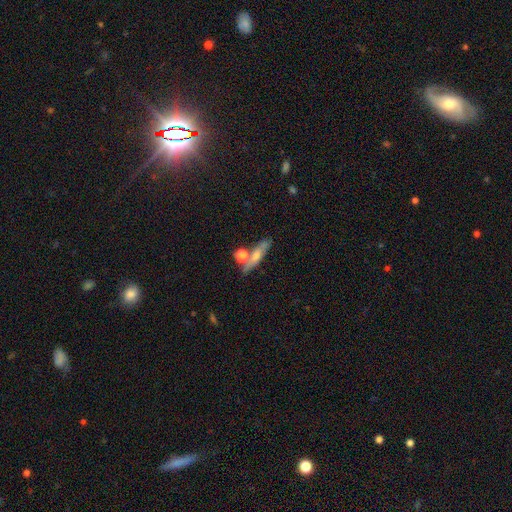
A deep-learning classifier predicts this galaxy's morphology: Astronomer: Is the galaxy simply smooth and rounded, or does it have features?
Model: smooth — 49% (runner-up: featured or disk, 41%).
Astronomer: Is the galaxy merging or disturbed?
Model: none — 64%.